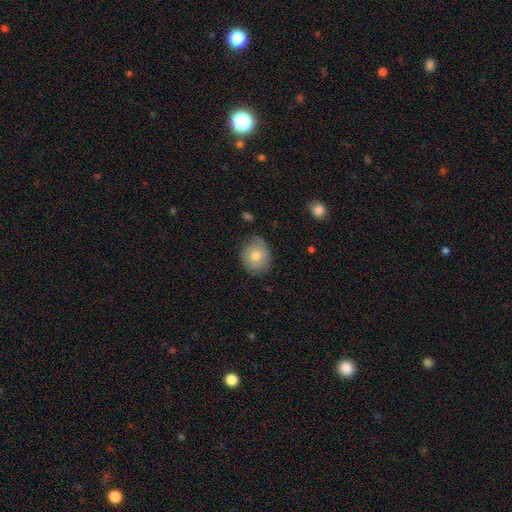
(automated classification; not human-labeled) Overall: smooth (68%). How rounded: round (69%; in between 30%). Merging: none (72%).